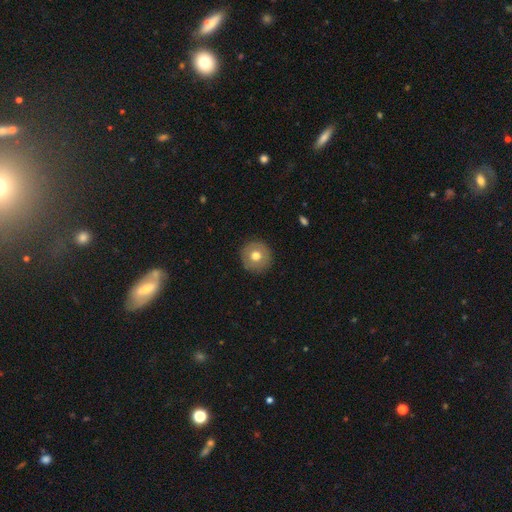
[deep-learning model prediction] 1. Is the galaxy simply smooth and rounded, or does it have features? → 69% smooth, 23% featured or disk, 8% star or artifact.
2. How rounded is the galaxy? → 95% round, 4% in between, 1% cigar-shaped.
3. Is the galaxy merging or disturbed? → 90% none, 7% minor disturbance, 2% major disturbance, 1% merger.